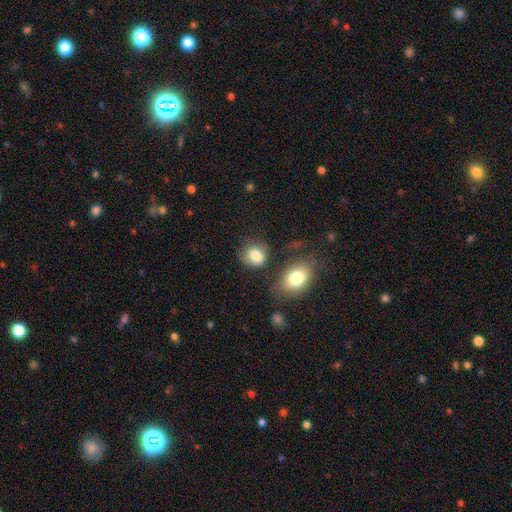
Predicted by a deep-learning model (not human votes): Morphology: type=smooth (82%); roundness=round (61%); merging=none (64%).